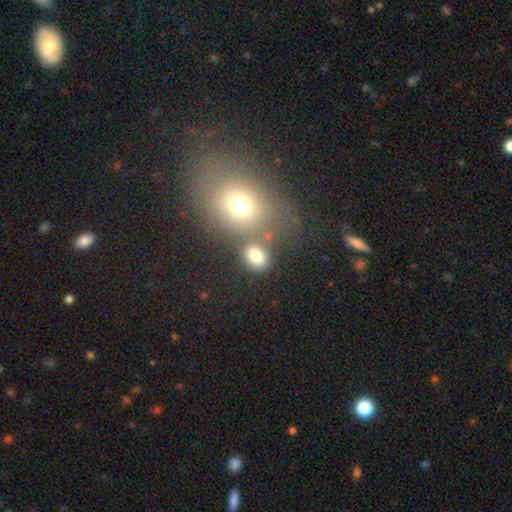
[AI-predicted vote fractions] This appears to be a smooth galaxy with no disk features (78%) that is in between round and cigar-shaped (62%). Merging: none (60%).